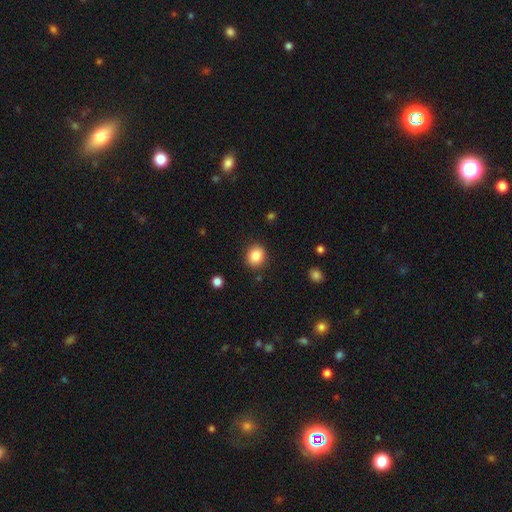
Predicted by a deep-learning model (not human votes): Smooth or featured? smooth (85%)
How rounded? round (76%)
Merging? none (88%)